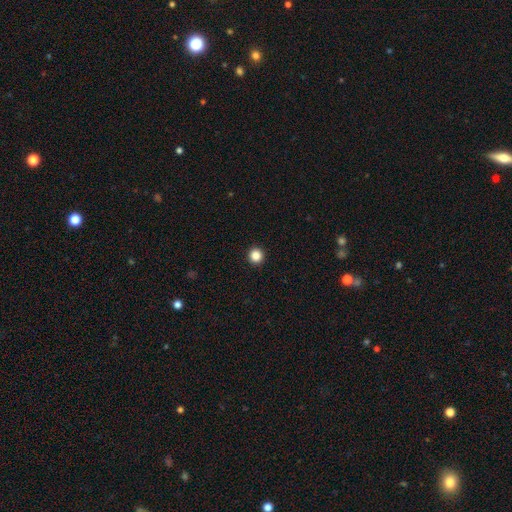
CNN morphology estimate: Smooth or featured? smooth (86%)
How rounded? round (96%)
Merging? none (94%)